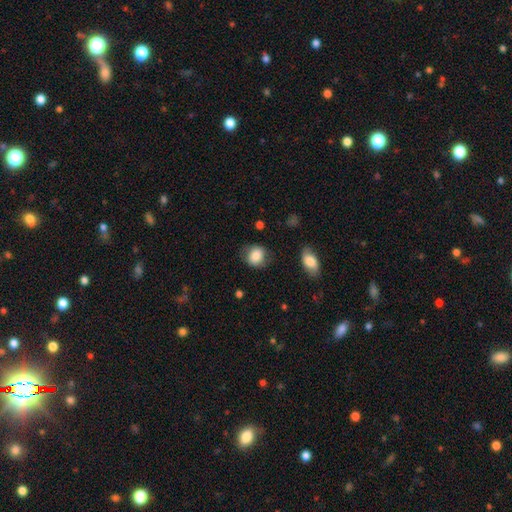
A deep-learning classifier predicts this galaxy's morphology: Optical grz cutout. It shows a smooth galaxy with no disk features (80%) that is round (64%). Merging: none (69%).